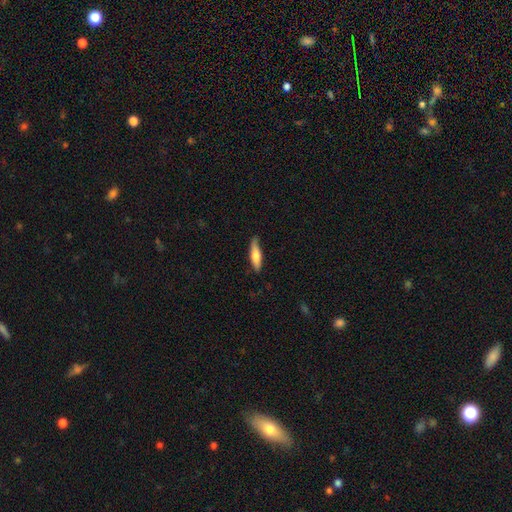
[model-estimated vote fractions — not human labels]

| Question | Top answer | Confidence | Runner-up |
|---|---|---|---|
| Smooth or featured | smooth | 70% | featured or disk (25%) |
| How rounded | cigar-shaped | 71% | in between (27%) |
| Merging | none | 71% | minor disturbance (23%) |